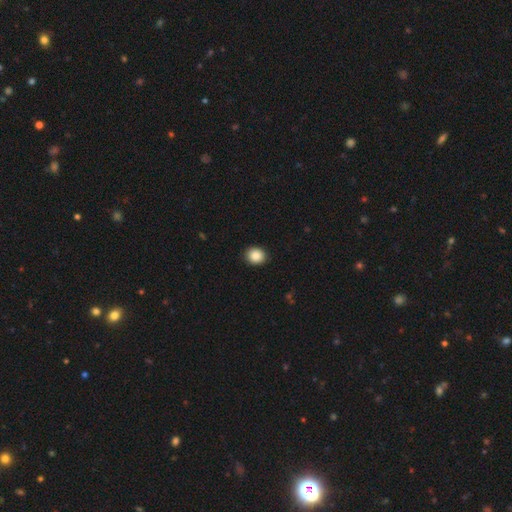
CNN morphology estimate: The model was most divided on "how rounded": round: 72%, in between: 27%, cigar-shaped: 1%. More confident: merging — none (90%); smooth or featured — smooth (88%).